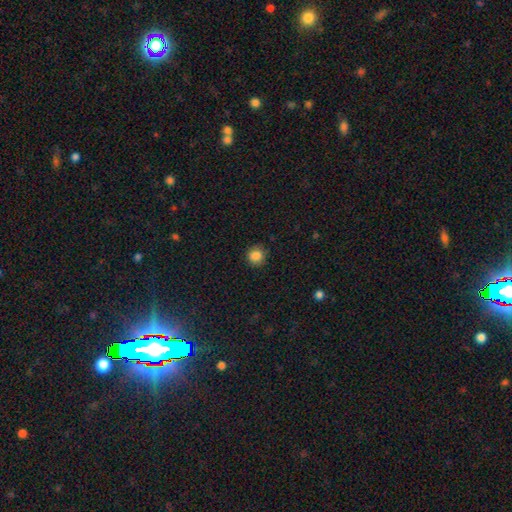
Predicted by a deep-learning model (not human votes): This appears to be a smooth galaxy with no disk features (86%) that is round (91%). Merging: none (87%).